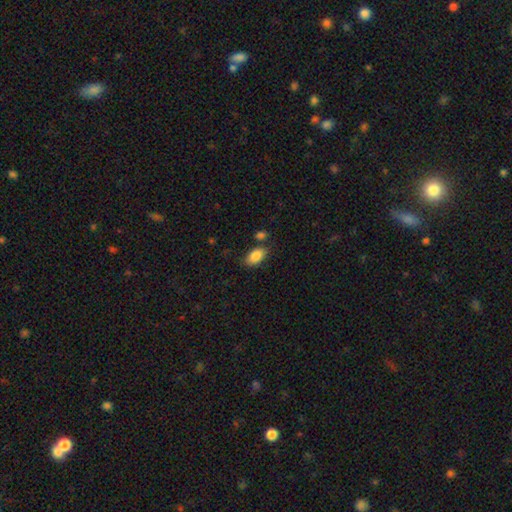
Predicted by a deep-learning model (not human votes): smooth_or_featured: smooth (p=0.86) [alt: star or artifact p=0.07]
how_rounded: in between (p=0.92) [alt: round p=0.06]
merging: none (p=0.74) [alt: minor disturbance p=0.15]